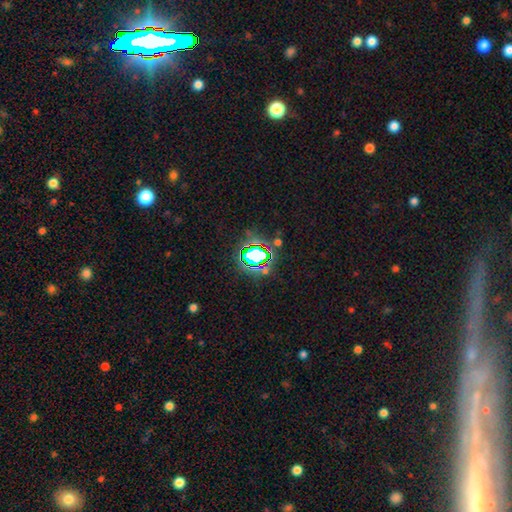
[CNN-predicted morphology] A star or artifact, not a galaxy (69%).

Vote fractions:
- Smooth or featured? star or artifact: 69% / smooth: 20% / featured or disk: 11%